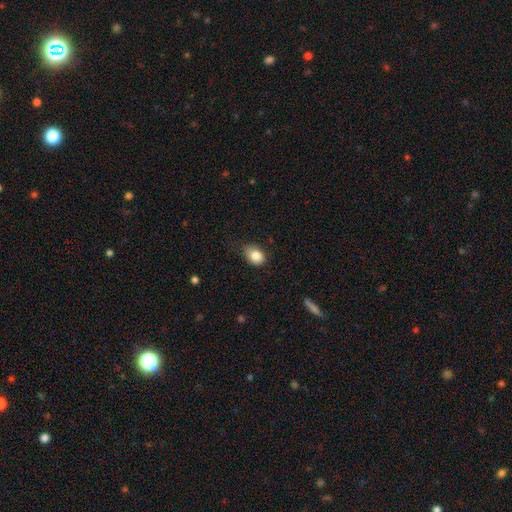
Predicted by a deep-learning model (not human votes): smooth-or-featured: smooth: 85% | star or artifact: 8% | featured or disk: 6%
  how-rounded: in between: 68% | round: 31% | cigar-shaped: 1%
  merging: none: 70% | minor disturbance: 25% | major disturbance: 5% | merger: 1%